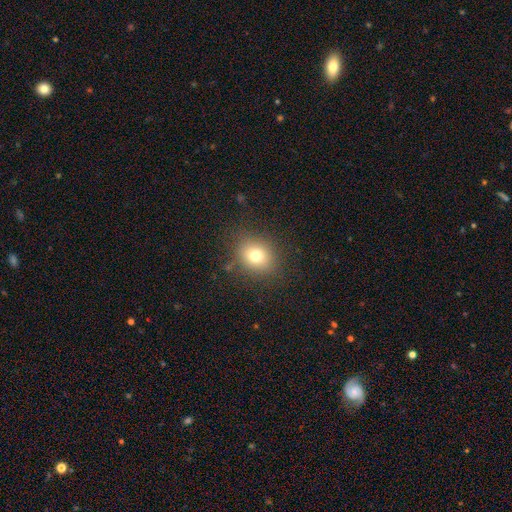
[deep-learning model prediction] A smooth galaxy with no disk features (74%) that is round (66%).

Vote fractions:
- Smooth or featured? smooth: 74% / star or artifact: 15% / featured or disk: 12%
- How rounded? round: 66% / in between: 33% / cigar-shaped: 1%
- Merging? none: 84% / minor disturbance: 11% / major disturbance: 4% / merger: 1%